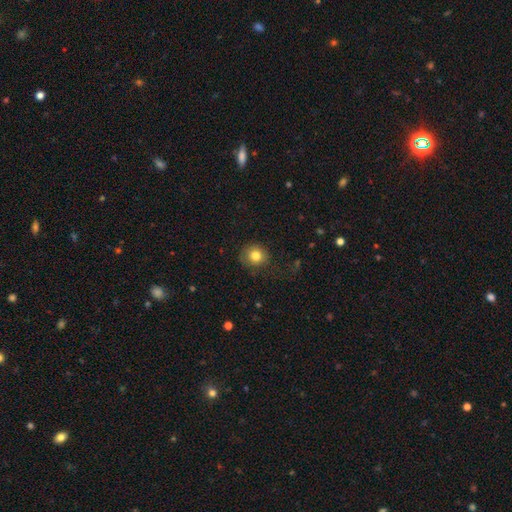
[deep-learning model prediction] Smooth or featured?
  - smooth: 81% *
  - star or artifact: 10%
  - featured or disk: 9%
How rounded?
  - round: 86% *
  - in between: 13%
  - cigar-shaped: 1%
Merging?
  - none: 78% *
  - minor disturbance: 15%
  - major disturbance: 6%
  - merger: 1%